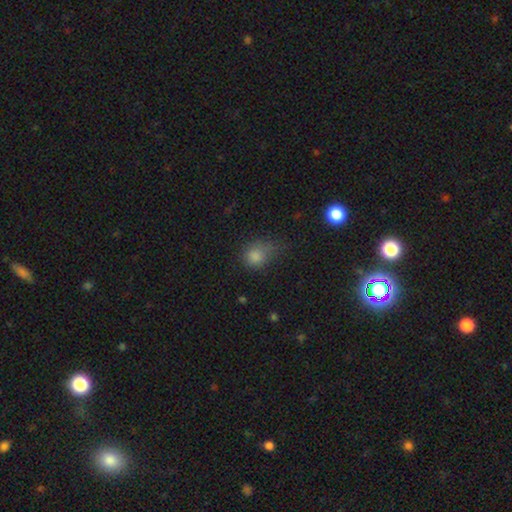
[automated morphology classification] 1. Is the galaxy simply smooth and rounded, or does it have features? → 78% smooth, 15% star or artifact, 7% featured or disk.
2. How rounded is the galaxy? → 69% round, 30% in between, 1% cigar-shaped.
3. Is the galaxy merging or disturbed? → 44% none, 34% minor disturbance, 18% major disturbance, 4% merger.